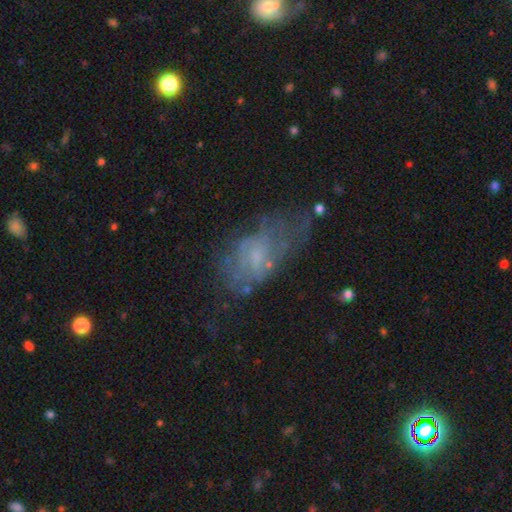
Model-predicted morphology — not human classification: featured or disk 56%, smooth 31%, star or artifact 13%. Down the decision tree: edge-on disk — no (94%); bar — no (64%); spiral arms — no (51%); bulge size — small (46%); merging — none (44%).